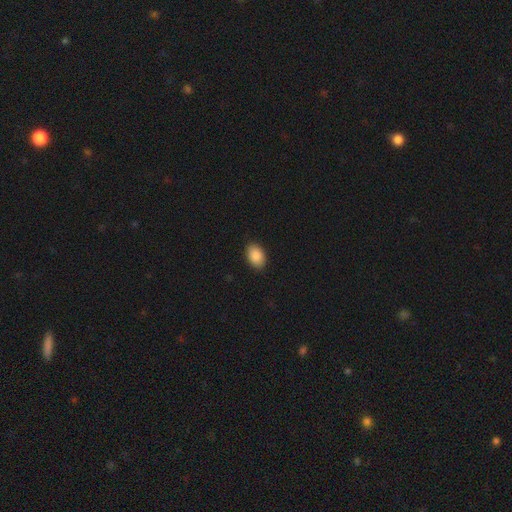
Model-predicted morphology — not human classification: smooth 88%, star or artifact 7%, featured or disk 4%. Down the decision tree: how rounded — in between (85%); merging — none (89%).